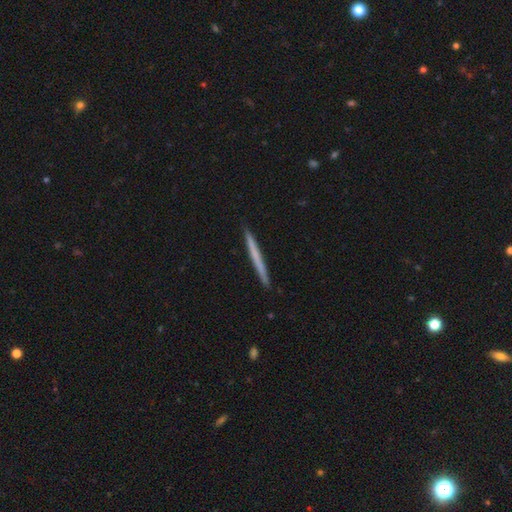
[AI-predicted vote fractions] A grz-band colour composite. It shows a smooth galaxy with no disk features (53%) that is cigar-shaped (97%). Merging: none (92%).